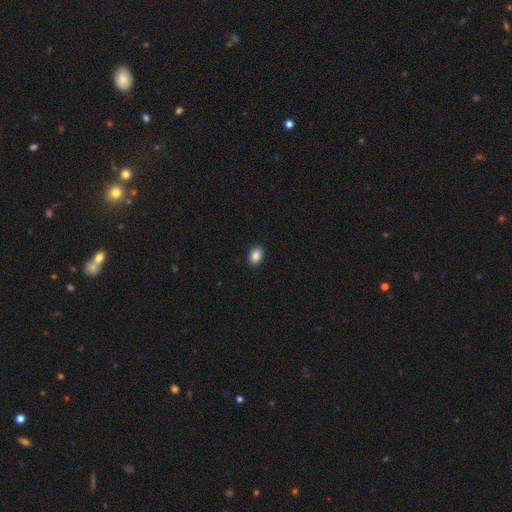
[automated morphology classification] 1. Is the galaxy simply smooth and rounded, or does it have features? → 88% smooth, 8% star or artifact, 4% featured or disk.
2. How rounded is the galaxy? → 78% in between, 21% round, 1% cigar-shaped.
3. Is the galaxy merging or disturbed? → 90% none, 7% minor disturbance, 2% major disturbance, 1% merger.